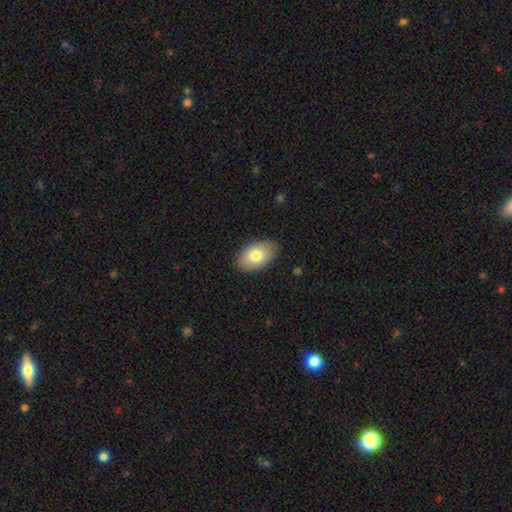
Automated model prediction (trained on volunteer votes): A smooth galaxy with no disk features (79%) that is in between round and cigar-shaped (92%). Merging: none (86%).